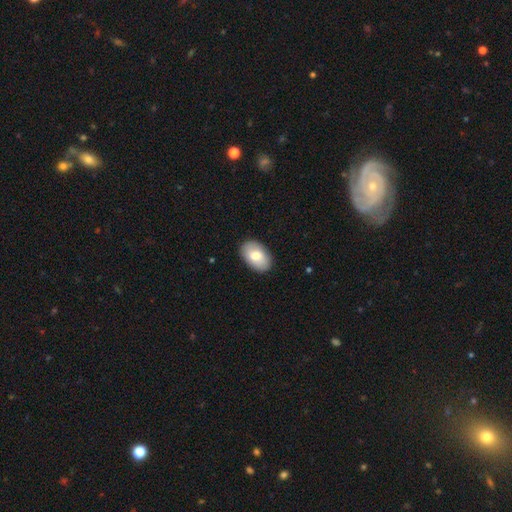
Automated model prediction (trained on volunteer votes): This appears to be a smooth galaxy with no disk features (77%) that is in between round and cigar-shaped (91%). Merging: none (89%).